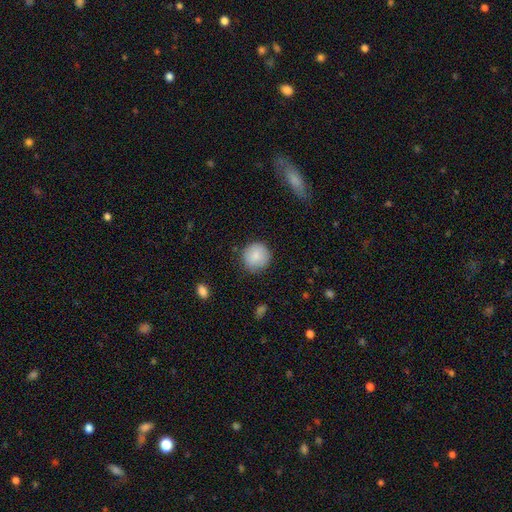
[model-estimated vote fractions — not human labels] A smooth galaxy with no disk features (86%) that is round (93%).

Vote fractions:
- Smooth or featured? smooth: 86% / star or artifact: 7% / featured or disk: 7%
- How rounded? round: 93% / in between: 6% / cigar-shaped: 1%
- Merging? none: 84% / minor disturbance: 12% / major disturbance: 3% / merger: 1%